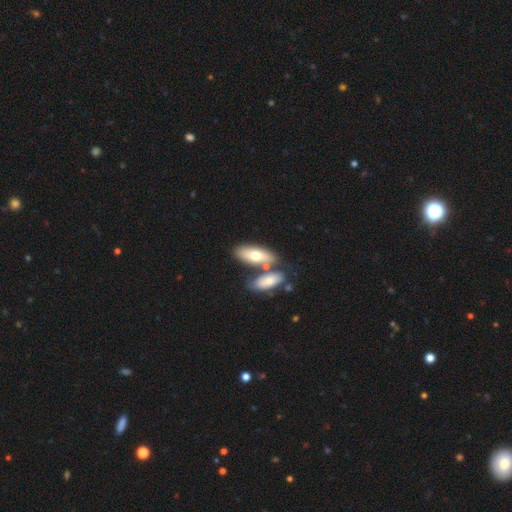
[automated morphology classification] smooth 65%, featured or disk 30%, star or artifact 5%. Down the decision tree: how rounded — in between (77%); merging — none (49%).